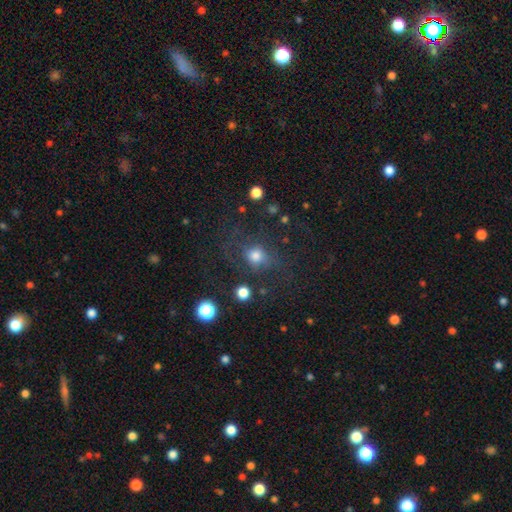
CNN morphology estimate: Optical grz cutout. It shows a smooth galaxy with no disk features (58%) that is round (72%). Merging: none (61%).